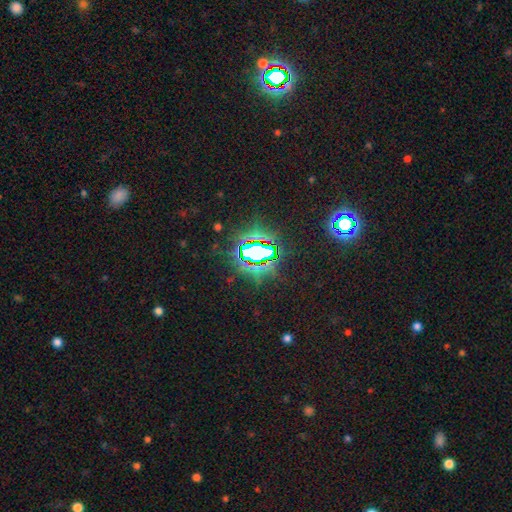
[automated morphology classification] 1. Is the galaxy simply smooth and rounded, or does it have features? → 75% star or artifact, 14% smooth, 11% featured or disk.